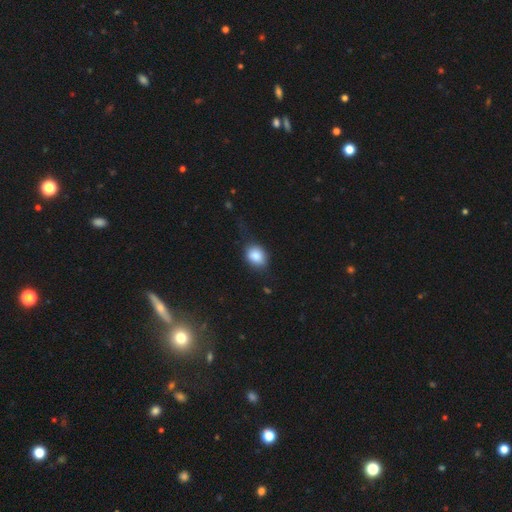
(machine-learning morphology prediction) The model was most divided on "how rounded": in between: 61%, round: 38%, cigar-shaped: 1%. More confident: smooth or featured — smooth (84%); merging — none (59%).